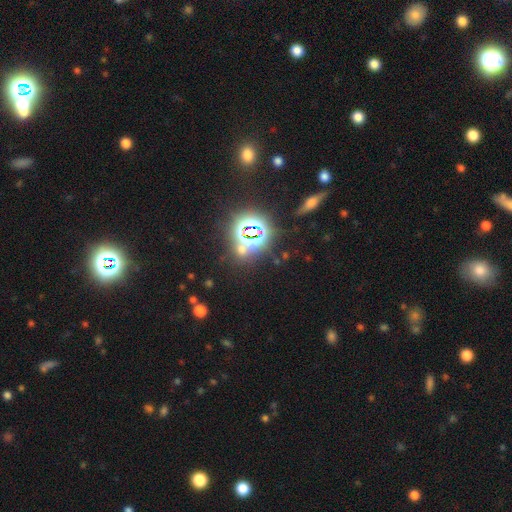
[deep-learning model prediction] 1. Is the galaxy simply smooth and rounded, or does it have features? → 81% star or artifact, 12% smooth, 7% featured or disk.